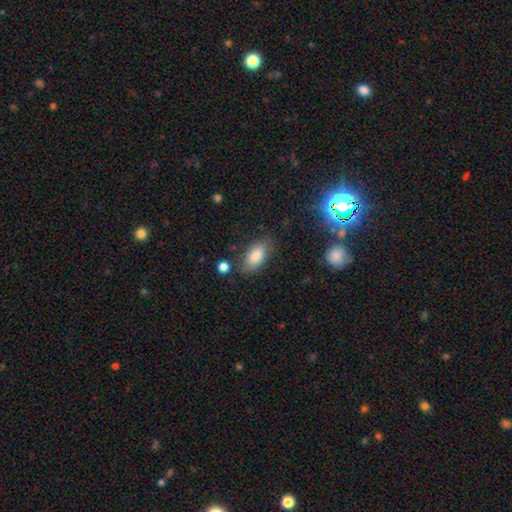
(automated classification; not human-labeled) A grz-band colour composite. It shows a smooth galaxy with no disk features (83%) that is in between round and cigar-shaped (91%). Merging: none (77%).